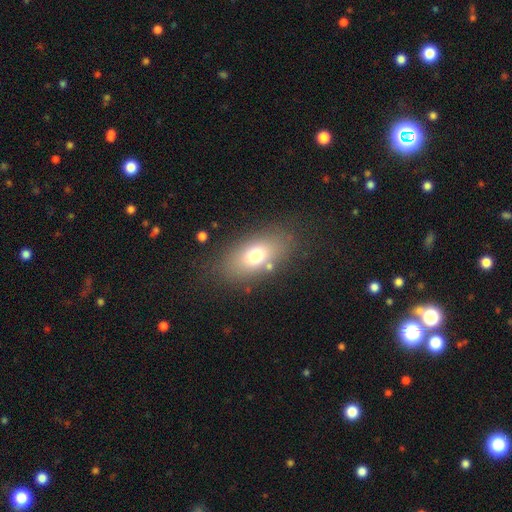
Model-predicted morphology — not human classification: Smooth or featured: smooth — 71% (featured or disk — 18%)
How rounded: in between — 85% (round — 10%)
Merging: none — 78% (minor disturbance — 12%)